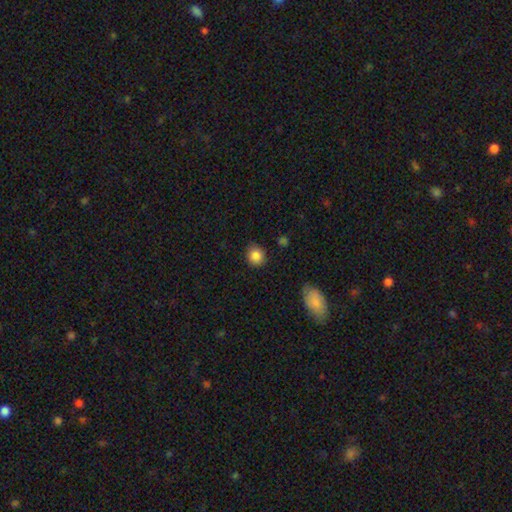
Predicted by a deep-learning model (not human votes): Morphology: type=smooth (85%); roundness=round (82%); merging=none (83%).